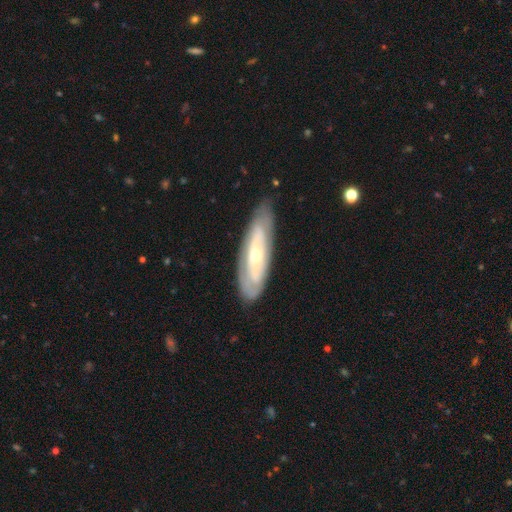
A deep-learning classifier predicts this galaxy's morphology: Smooth or featured? Predicted: featured or disk (p=0.67). Edge-on disk? Predicted: no (p=0.76). Bar? Predicted: no (p=0.75). Spiral arms? Predicted: yes (p=0.57). Bulge size? Predicted: small (p=0.53). Merging? Predicted: none (p=0.75).